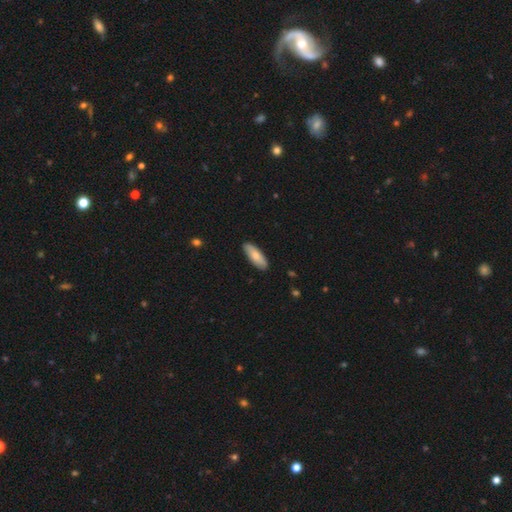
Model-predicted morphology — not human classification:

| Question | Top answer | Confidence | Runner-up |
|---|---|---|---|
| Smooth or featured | smooth | 76% | featured or disk (18%) |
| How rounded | in between | 60% | cigar-shaped (38%) |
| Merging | none | 89% | minor disturbance (9%) |